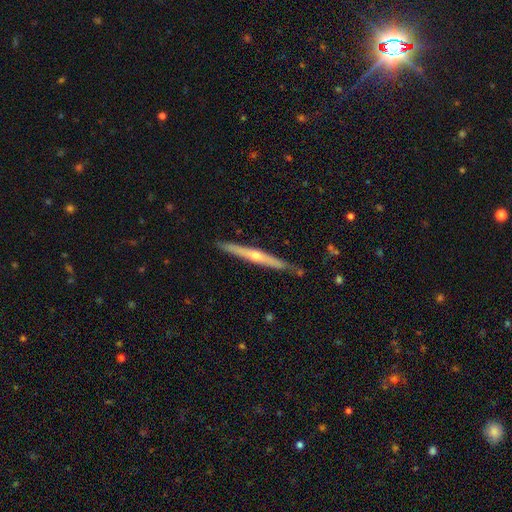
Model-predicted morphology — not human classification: smooth-or-featured: featured or disk: 71% | smooth: 23% | star or artifact: 6%
  disk-edge-on: yes: 97% | no: 3%
    edge-on-bulge: rounded: 78% | none: 20% | boxy: 3%
  merging: none: 86% | minor disturbance: 11% | merger: 2% | major disturbance: 2%